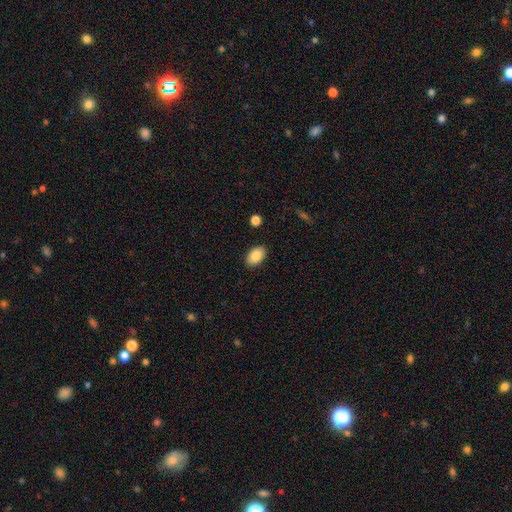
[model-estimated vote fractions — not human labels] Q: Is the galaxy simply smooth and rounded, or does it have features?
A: smooth — 86%.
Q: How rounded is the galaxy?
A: in between — 91%.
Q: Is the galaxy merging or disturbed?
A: none — 88%.